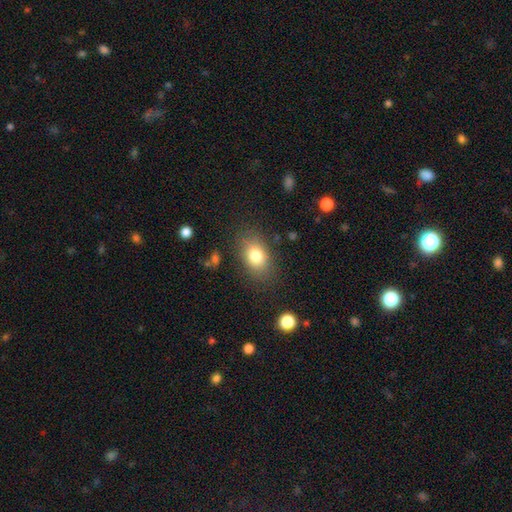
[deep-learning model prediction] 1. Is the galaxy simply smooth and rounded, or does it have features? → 80% smooth, 11% featured or disk, 9% star or artifact.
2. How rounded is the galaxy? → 80% in between, 18% round, 2% cigar-shaped.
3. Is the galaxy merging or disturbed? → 80% none, 13% minor disturbance, 5% major disturbance, 2% merger.